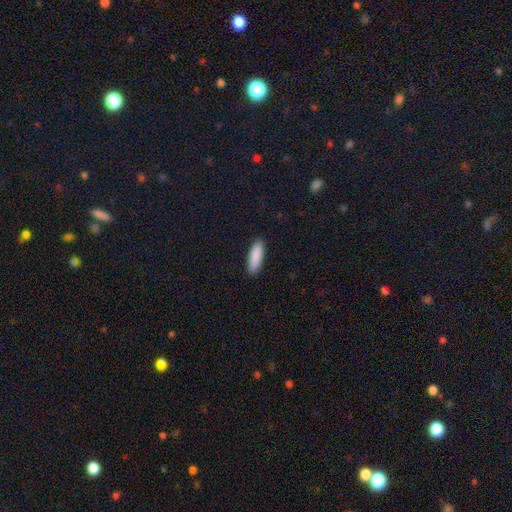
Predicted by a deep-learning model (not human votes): A smooth galaxy with no disk features (90%) that is cigar-shaped (50%).

Vote fractions:
- Smooth or featured? smooth: 90% / star or artifact: 6% / featured or disk: 4%
- How rounded? cigar-shaped: 50% / in between: 48% / round: 2%
- Merging? none: 90% / minor disturbance: 7% / major disturbance: 2% / merger: 1%